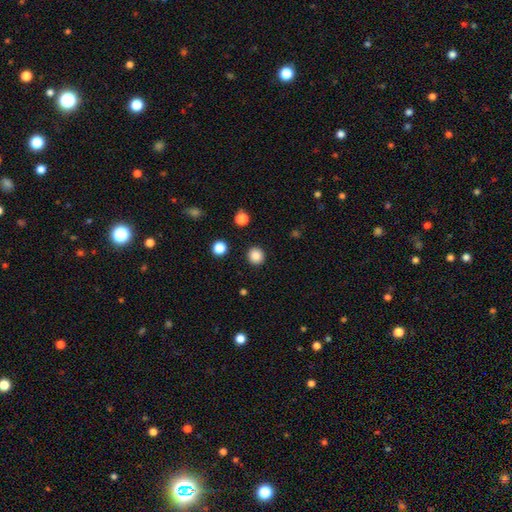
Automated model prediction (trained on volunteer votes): Smooth or featured? smooth (87%)
How rounded? round (92%)
Merging? none (92%)